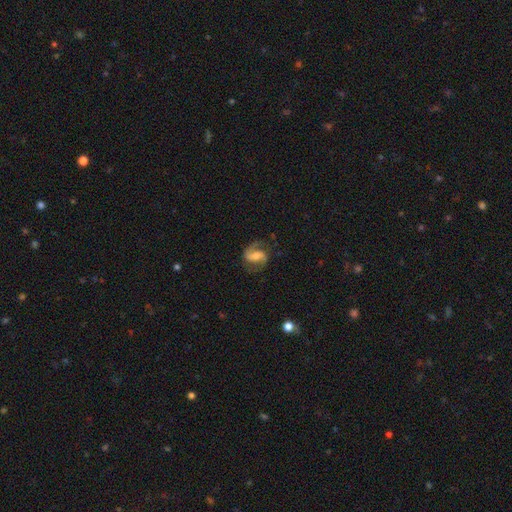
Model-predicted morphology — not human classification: Smooth or featured? Predicted: featured or disk (p=0.85). Edge-on disk? Predicted: no (p=0.98). Bar? Predicted: weak (p=0.46). Spiral arms? Predicted: yes (p=0.97). Spiral winding? Predicted: medium (p=0.54). Spiral arm count? Predicted: 2 (p=0.91). Bulge size? Predicted: moderate (p=0.46). Merging? Predicted: none (p=0.77).